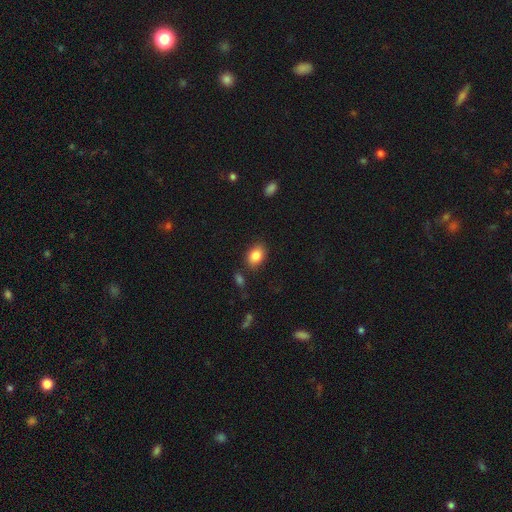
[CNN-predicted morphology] Overall: smooth (86%). How rounded: in between (76%). Merging: none (81%).